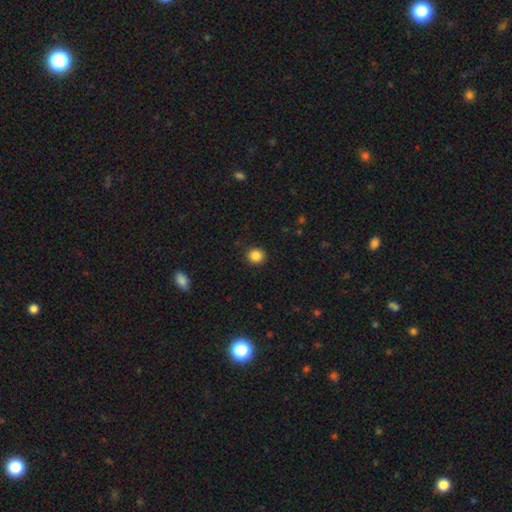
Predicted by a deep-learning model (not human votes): Smooth or featured?
  - smooth: 86% *
  - star or artifact: 11%
  - featured or disk: 3%
How rounded?
  - round: 92% *
  - in between: 7%
  - cigar-shaped: 1%
Merging?
  - none: 91% *
  - minor disturbance: 6%
  - major disturbance: 2%
  - merger: 1%